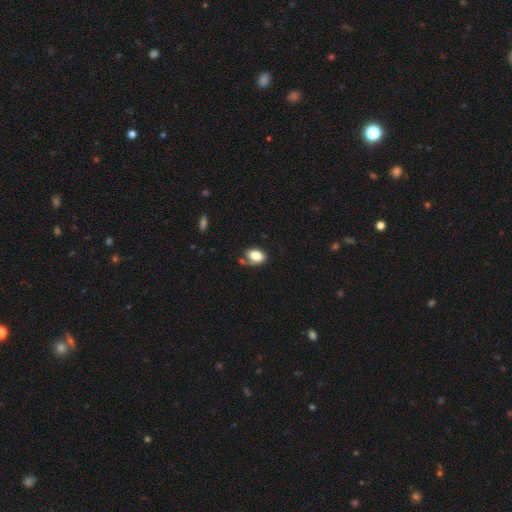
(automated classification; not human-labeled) smooth 81%, featured or disk 12%, star or artifact 8%. Down the decision tree: how rounded — in between (84%); merging — none (53%).